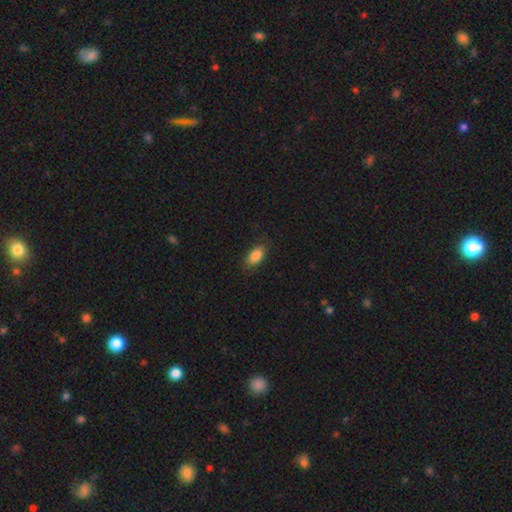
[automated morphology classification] Smooth or featured: smooth — 86% (star or artifact — 7%)
How rounded: in between — 89% (cigar-shaped — 6%)
Merging: none — 83% (minor disturbance — 13%)